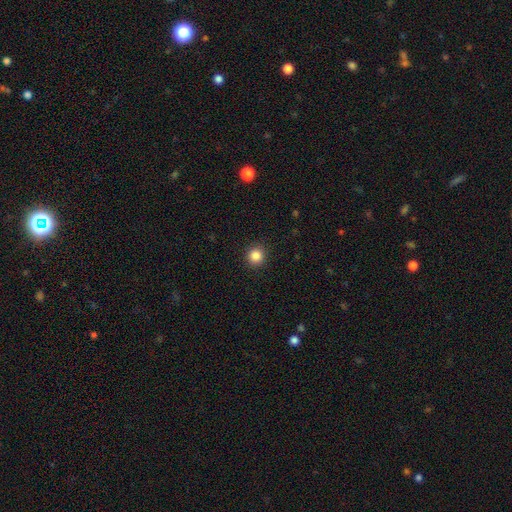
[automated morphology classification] type=smooth (85%); roundness=round (94%); merging=none (92%).